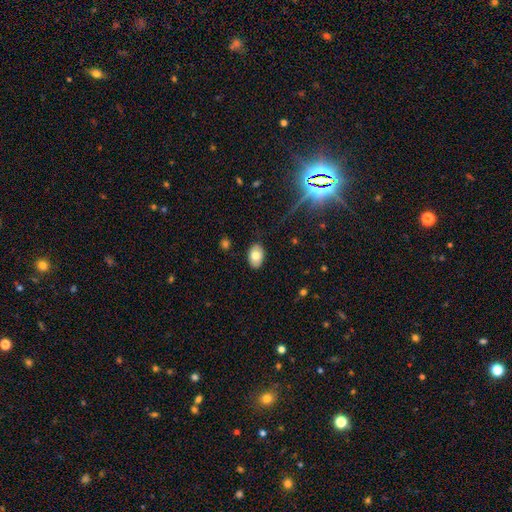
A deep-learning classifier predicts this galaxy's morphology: A smooth galaxy with no disk features (74%) that is in between round and cigar-shaped (90%). Merging: none (87%).